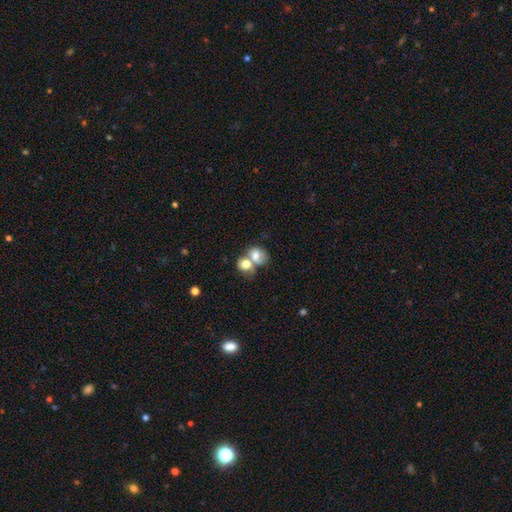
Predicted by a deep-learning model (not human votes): Smooth or featured?
  - smooth: 73% *
  - featured or disk: 18%
  - star or artifact: 8%
How rounded?
  - round: 52% *
  - in between: 47%
  - cigar-shaped: 1%
Merging?
  - merger: 70% *
  - none: 18%
  - minor disturbance: 7%
  - major disturbance: 5%